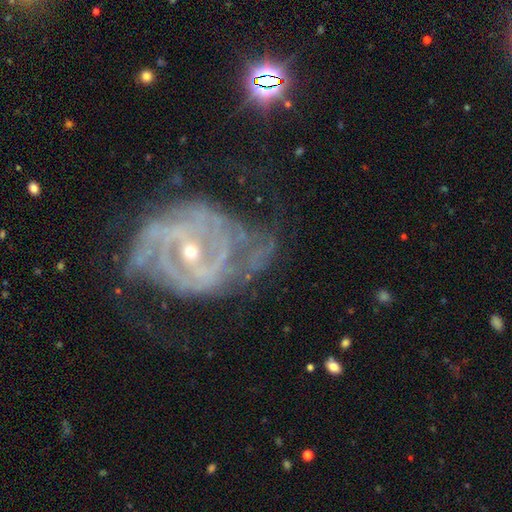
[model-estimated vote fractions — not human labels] Smooth or featured? featured or disk (88%)
Edge-on disk? no (97%)
Bar? weak (37%)
Spiral arms? yes (93%)
Spiral winding? tight (57%)
Spiral arm count? 2 (34%)
Bulge size? small (67%)
Merging? none (47%)